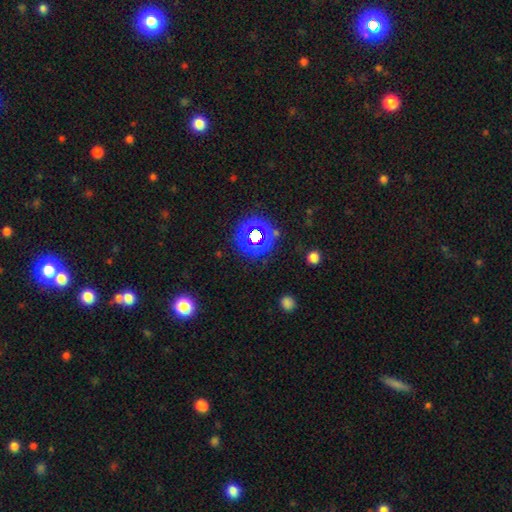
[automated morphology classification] A smooth galaxy with no disk features (56%) that is round (91%).

Vote fractions:
- Smooth or featured? smooth: 56% / star or artifact: 35% / featured or disk: 8%
- How rounded? round: 91% / in between: 8% / cigar-shaped: 1%
- Merging? none: 88% / minor disturbance: 6% / major disturbance: 3% / merger: 3%